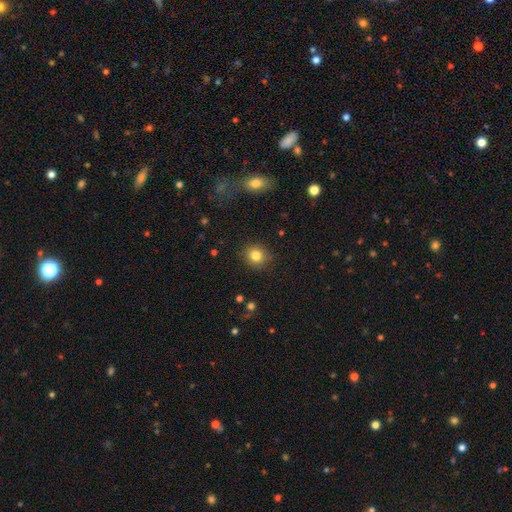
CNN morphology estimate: This appears to be a smooth galaxy with no disk features (83%) that is round (83%). Merging: none (88%).